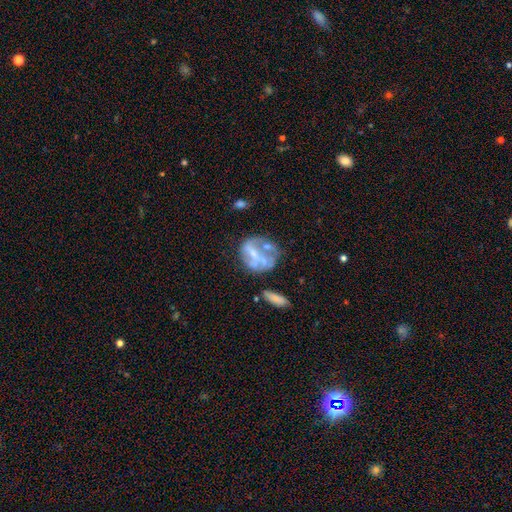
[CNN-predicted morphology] A featured or disk galaxy (62%) with no bar (49%), no spiral arms (62%) and a small central bulge (41%).

Vote fractions:
- Smooth or featured? featured or disk: 62% / smooth: 27% / star or artifact: 10%
- Edge-on disk? no: 97% / yes: 3%
- Bar? no: 49% / weak: 30% / strong: 21%
- Spiral arms? no: 62% / yes: 38%
- Bulge size? small: 41% / none: 32% / moderate: 23% / large: 2% / dominant: 1%
- Merging? none: 40% / major disturbance: 25% / minor disturbance: 21% / merger: 15%